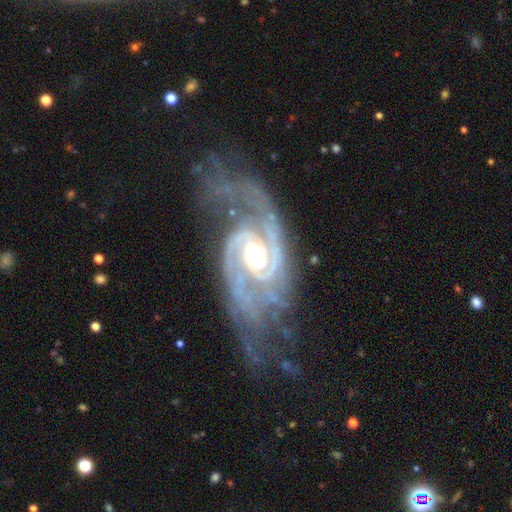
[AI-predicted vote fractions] Morphology: type=featured or disk (93%); edge-on=no (97%); bar=no (50%); spiral arms=yes (98%); winding=tight (45%); arm count=2 (77%); bulge=moderate (65%); merging=none (54%).